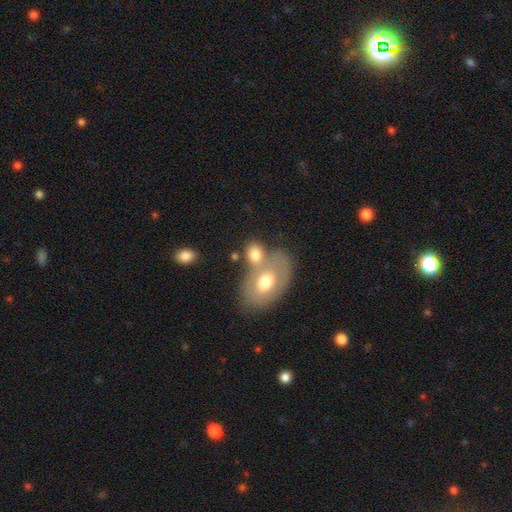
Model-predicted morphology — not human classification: A smooth galaxy with no disk features (64%) that is in between round and cigar-shaped (75%).

Vote fractions:
- Smooth or featured? smooth: 64% / featured or disk: 28% / star or artifact: 8%
- How rounded? in between: 75% / round: 24% / cigar-shaped: 2%
- Merging? merger: 45% / none: 37% / minor disturbance: 12% / major disturbance: 6%